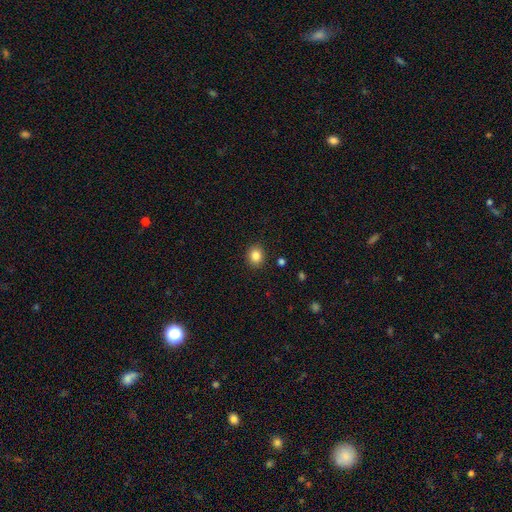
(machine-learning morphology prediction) The model was most divided on "how rounded": round: 75%, in between: 24%, cigar-shaped: 1%. More confident: merging — none (90%); smooth or featured — smooth (85%).